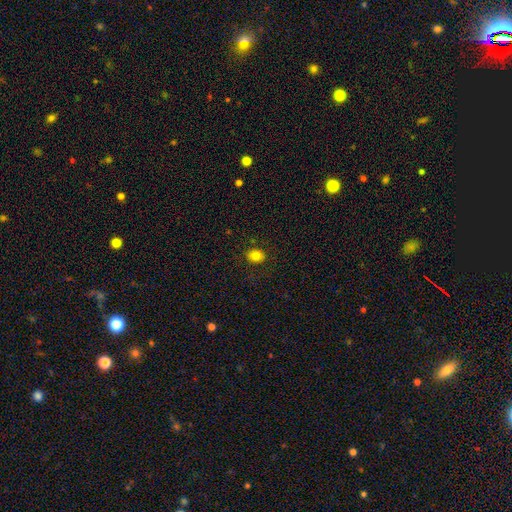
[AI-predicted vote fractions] A smooth galaxy with no disk features (82%) that is in between round and cigar-shaped (50%). Merging: none (87%).